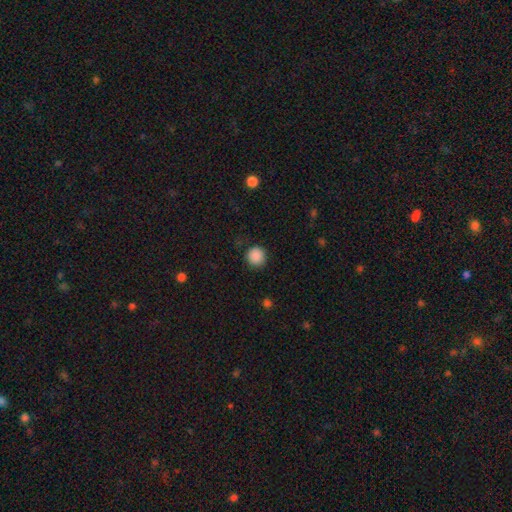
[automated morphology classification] This appears to be a smooth galaxy with no disk features (89%) that is round (94%). Merging: none (89%).